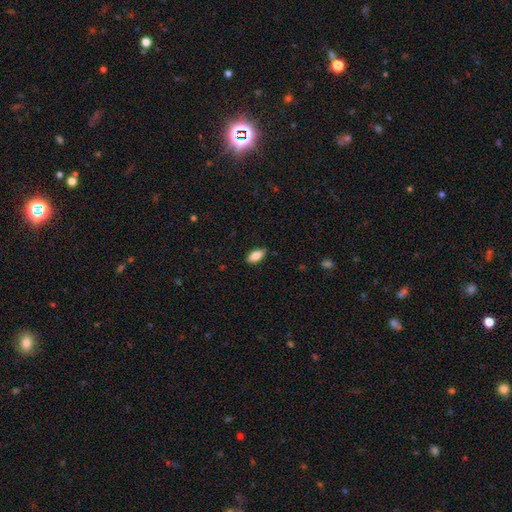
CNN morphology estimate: Q: Smooth or featured?
A: smooth (82%); runner-up: featured or disk (11%)
Q: How rounded?
A: in between (89%); runner-up: cigar-shaped (7%)
Q: Merging?
A: none (85%); runner-up: minor disturbance (12%)